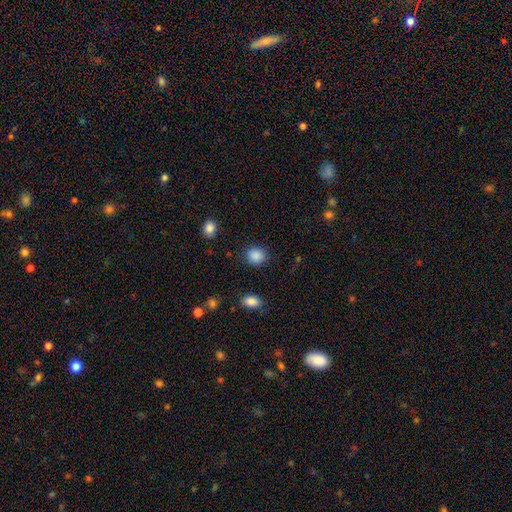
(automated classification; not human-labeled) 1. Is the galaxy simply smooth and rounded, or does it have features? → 88% smooth, 9% star or artifact, 3% featured or disk.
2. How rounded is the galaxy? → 69% round, 30% in between, 1% cigar-shaped.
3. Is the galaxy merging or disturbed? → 87% none, 8% minor disturbance, 3% major disturbance, 2% merger.